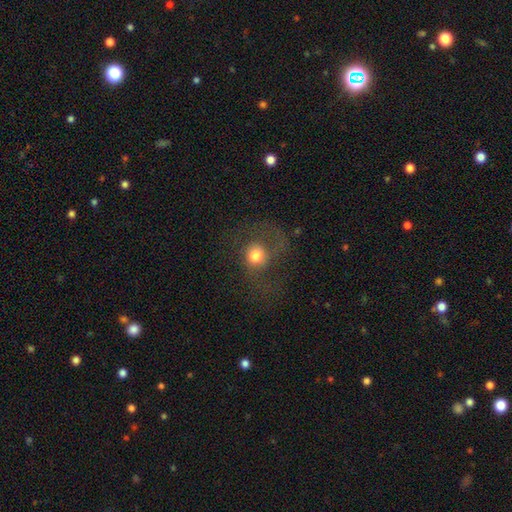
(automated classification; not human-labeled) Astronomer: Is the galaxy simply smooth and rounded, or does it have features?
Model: smooth — 67%.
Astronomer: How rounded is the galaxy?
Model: round — 77%.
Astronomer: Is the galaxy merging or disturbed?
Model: none — 45% (runner-up: major disturbance, 34%).